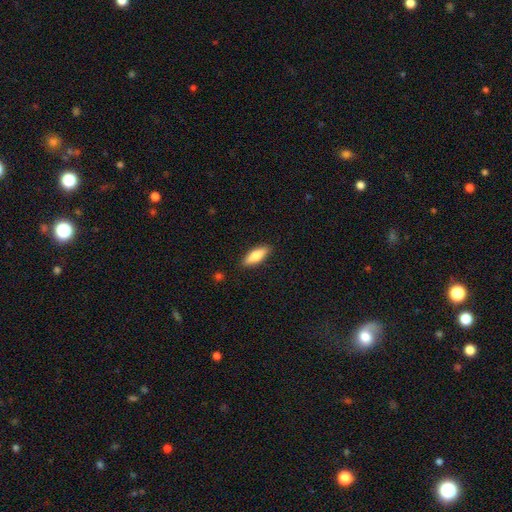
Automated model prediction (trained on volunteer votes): Smooth or featured: smooth — 76% (featured or disk — 18%)
How rounded: in between — 59% (cigar-shaped — 38%)
Merging: none — 88% (minor disturbance — 9%)